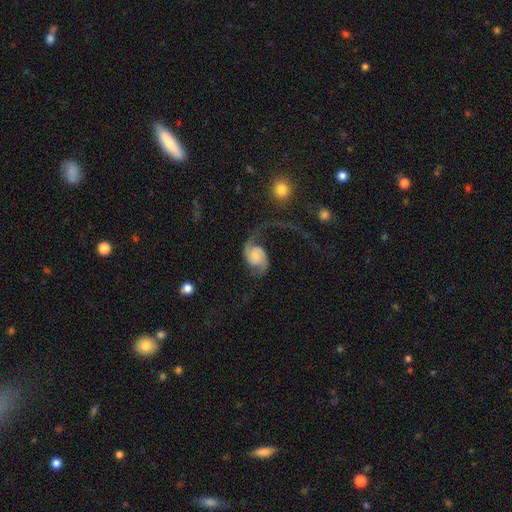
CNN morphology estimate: A featured or disk galaxy (84%) with no bar (62%), 2 (89%) loose (66%) spiral arms (96%) and a small central bulge (33%, tied with moderate). Merging: none (45%).